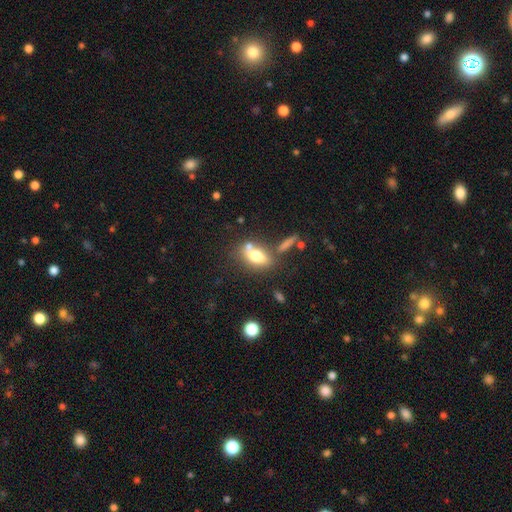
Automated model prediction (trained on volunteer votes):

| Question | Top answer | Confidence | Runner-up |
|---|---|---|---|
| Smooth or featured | smooth | 66% | featured or disk (24%) |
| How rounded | in between | 78% | cigar-shaped (11%) |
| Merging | none | 57% | merger (22%) |